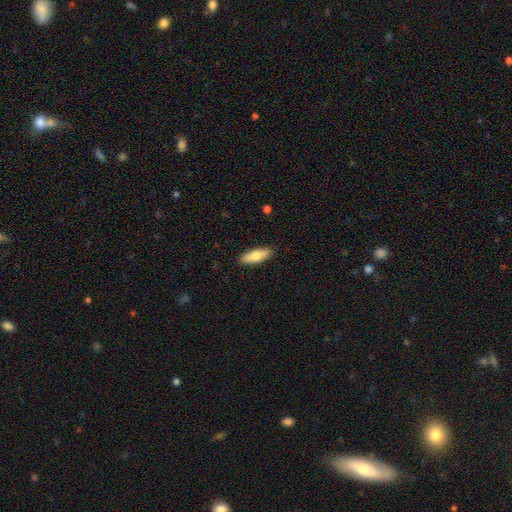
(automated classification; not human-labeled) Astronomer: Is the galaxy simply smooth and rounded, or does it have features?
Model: smooth — 75%.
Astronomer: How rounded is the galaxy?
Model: in between — 57% (runner-up: cigar-shaped, 41%).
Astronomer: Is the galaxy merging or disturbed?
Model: none — 89%.